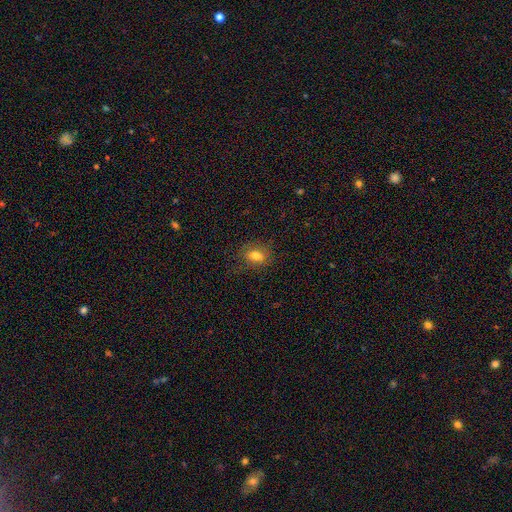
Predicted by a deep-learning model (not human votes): The model was most divided on "how rounded": in between: 66%, round: 32%, cigar-shaped: 2%. More confident: smooth or featured — smooth (76%); merging — none (74%).